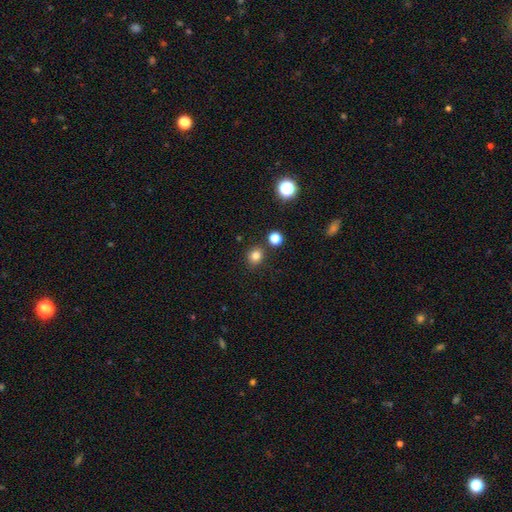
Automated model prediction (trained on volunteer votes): Smooth or featured? smooth (80%)
How rounded? round (79%)
Merging? none (84%)